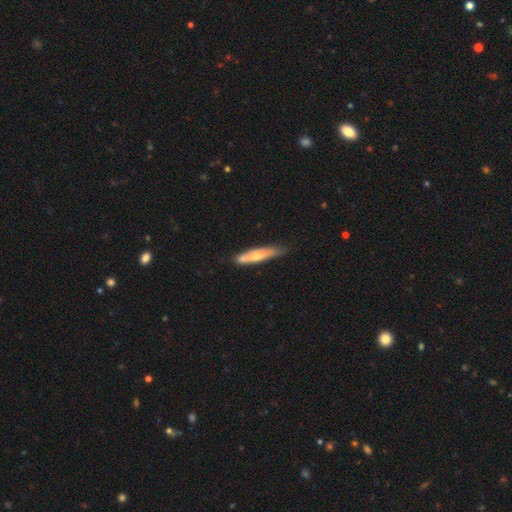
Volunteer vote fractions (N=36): Overall: smooth (56%; featured or disk 42%). How rounded: cigar-shaped (75%). Merging: none (77%).